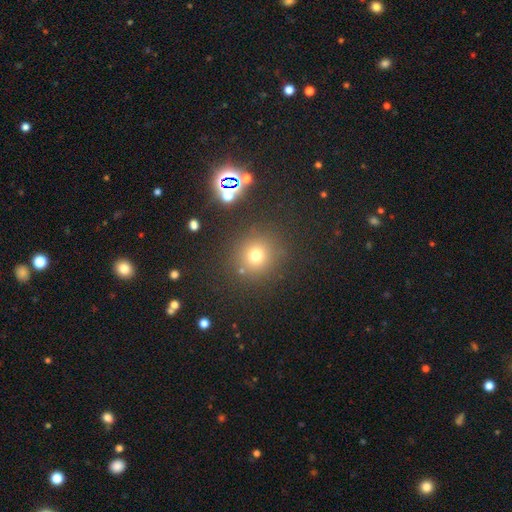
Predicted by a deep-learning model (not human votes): Smooth or featured?
  - smooth: 71% *
  - star or artifact: 21%
  - featured or disk: 8%
How rounded?
  - round: 91% *
  - in between: 8%
  - cigar-shaped: 1%
Merging?
  - none: 84% *
  - minor disturbance: 8%
  - merger: 4%
  - major disturbance: 4%